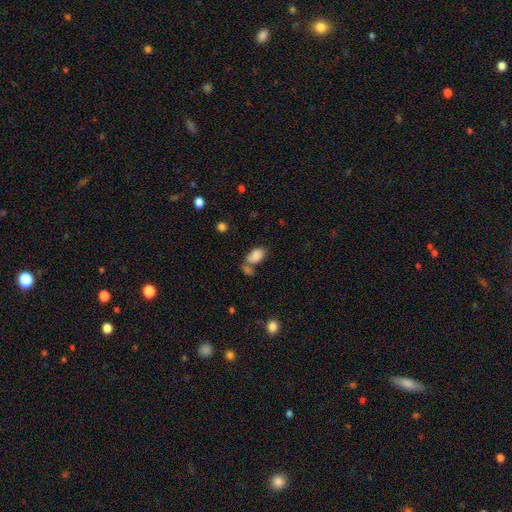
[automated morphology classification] This is clearly a smooth galaxy (83%). How rounded: clearly in between (90%). Merging: marginally none (44%).